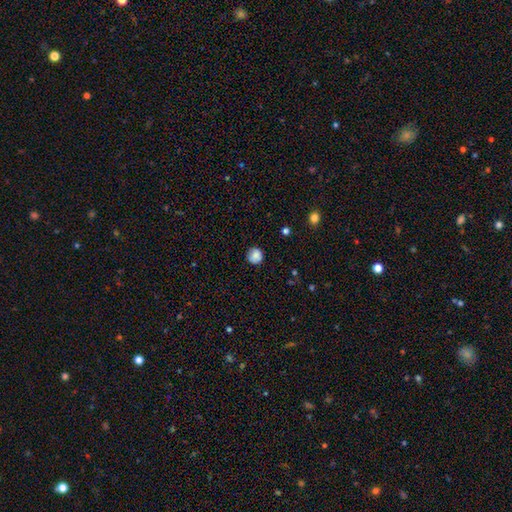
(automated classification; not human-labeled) Overall: smooth (84%). How rounded: round (91%). Merging: none (83%).